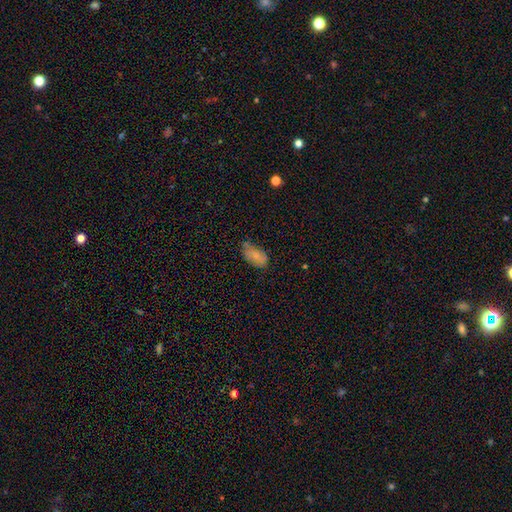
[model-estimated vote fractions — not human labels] A smooth galaxy with no disk features (71%) that is in between round and cigar-shaped (93%).

Vote fractions:
- Smooth or featured? smooth: 71% / featured or disk: 20% / star or artifact: 9%
- How rounded? in between: 93% / round: 4% / cigar-shaped: 3%
- Merging? none: 62% / minor disturbance: 28% / major disturbance: 7% / merger: 3%